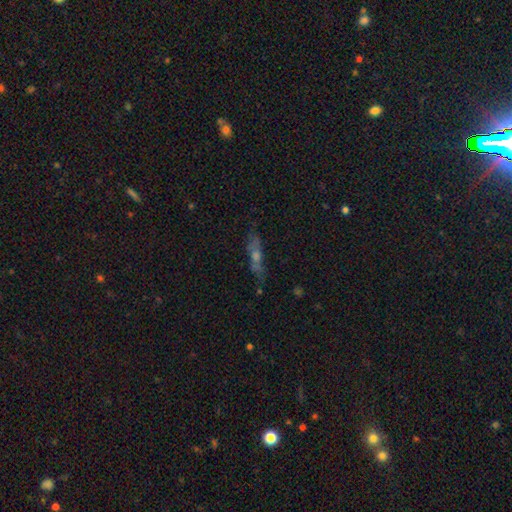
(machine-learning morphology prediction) A featured or disk galaxy (51%) viewed edge-on (70%). Merging: none (73%).